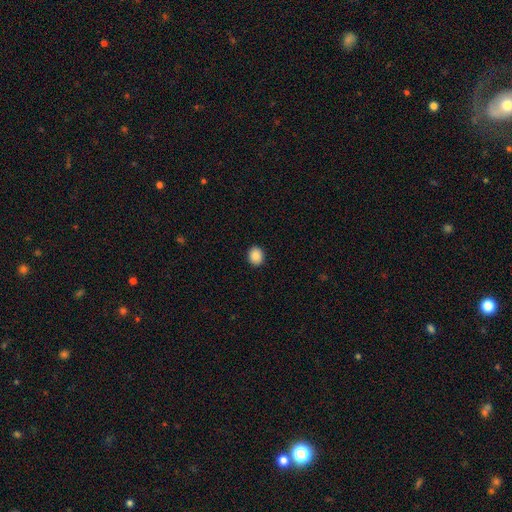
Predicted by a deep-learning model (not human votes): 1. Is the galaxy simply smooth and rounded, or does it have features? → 89% smooth, 9% star or artifact, 3% featured or disk.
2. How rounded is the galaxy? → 64% round, 35% in between, 1% cigar-shaped.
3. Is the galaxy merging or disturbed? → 92% none, 6% minor disturbance, 2% major disturbance, 1% merger.